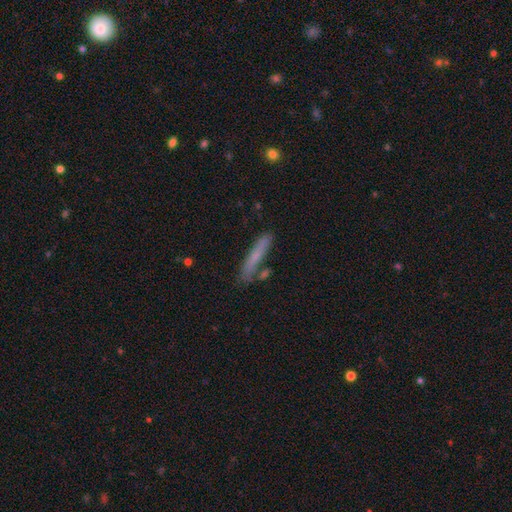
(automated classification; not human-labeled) smooth_or_featured: smooth (p=0.66) [alt: featured or disk p=0.26]
how_rounded: cigar-shaped (p=0.93) [alt: in between p=0.06]
merging: none (p=0.74) [alt: minor disturbance p=0.15]